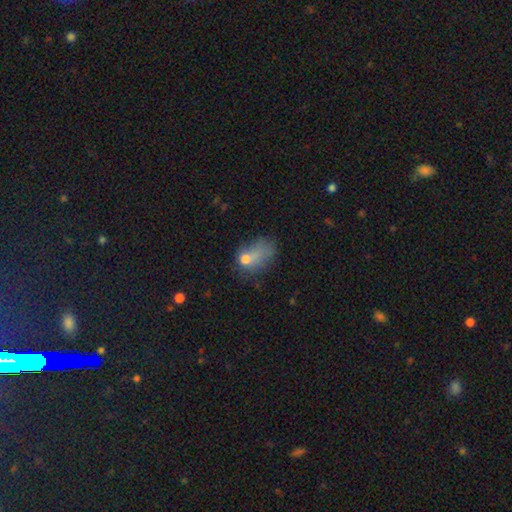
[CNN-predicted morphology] This appears to be a smooth galaxy with no disk features (65%) that is in between round and cigar-shaped (73%). Merging: major disturbance (42%).